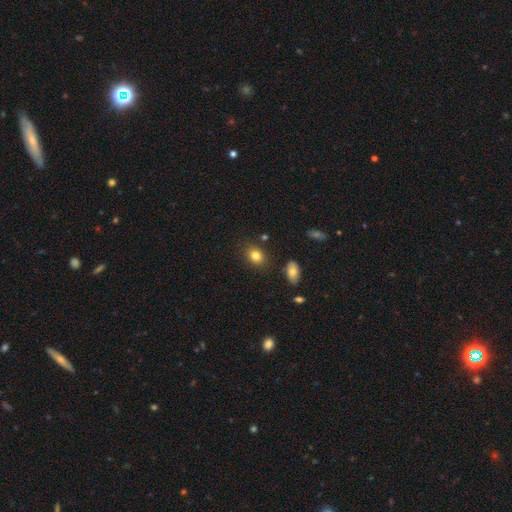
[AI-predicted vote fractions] smooth_or_featured: smooth (p=0.81) [alt: star or artifact p=0.10]
how_rounded: in between (p=0.60) [alt: round p=0.39]
merging: none (p=0.83) [alt: minor disturbance p=0.11]